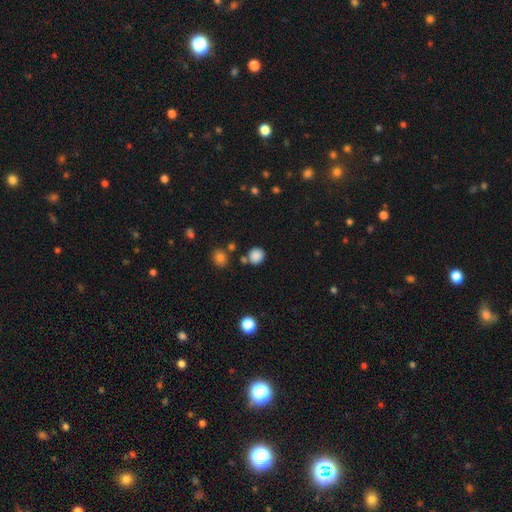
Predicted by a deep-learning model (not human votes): smooth_or_featured: smooth (p=0.84) [alt: star or artifact p=0.12]
how_rounded: round (p=0.89) [alt: in between p=0.10]
merging: none (p=0.77) [alt: minor disturbance p=0.11]